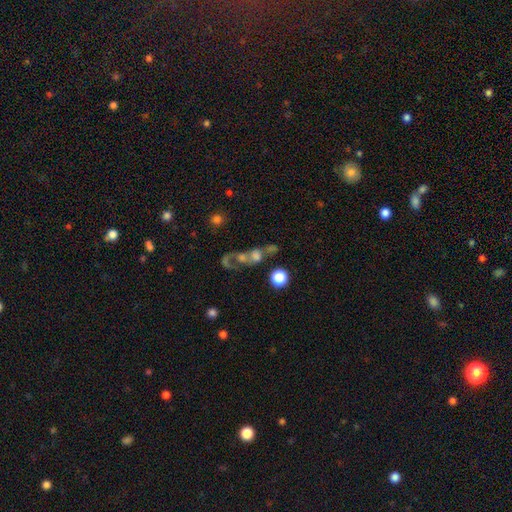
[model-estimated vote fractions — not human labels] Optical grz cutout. It shows a smooth galaxy with no disk features (49%). Merging: merger (59%).